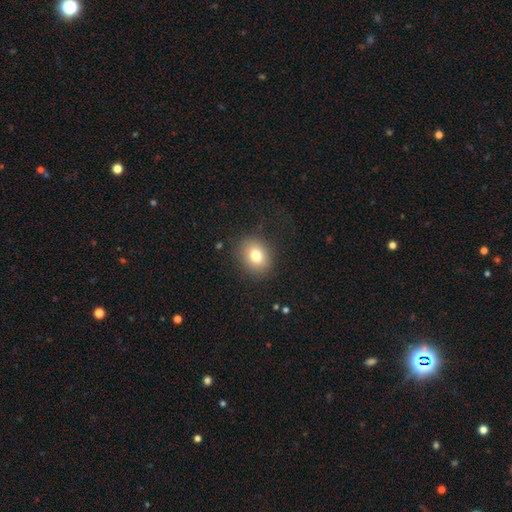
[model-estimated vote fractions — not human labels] This is likely a smooth galaxy (78%). How rounded: possibly round (58%). Merging: clearly none (85%).